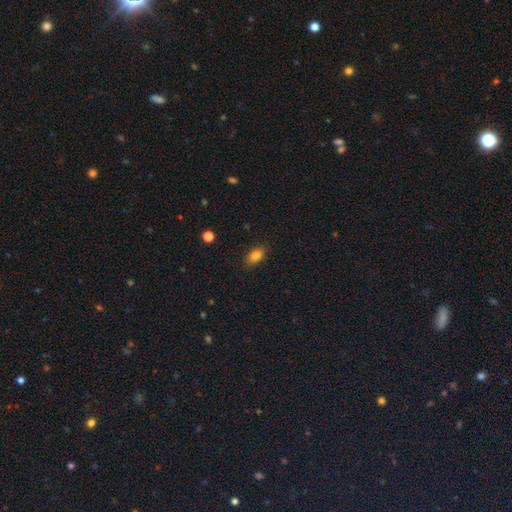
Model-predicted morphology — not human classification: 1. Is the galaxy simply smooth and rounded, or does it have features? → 82% smooth, 10% star or artifact, 9% featured or disk.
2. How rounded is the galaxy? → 87% in between, 9% round, 4% cigar-shaped.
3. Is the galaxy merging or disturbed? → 86% none, 11% minor disturbance, 2% major disturbance, 1% merger.